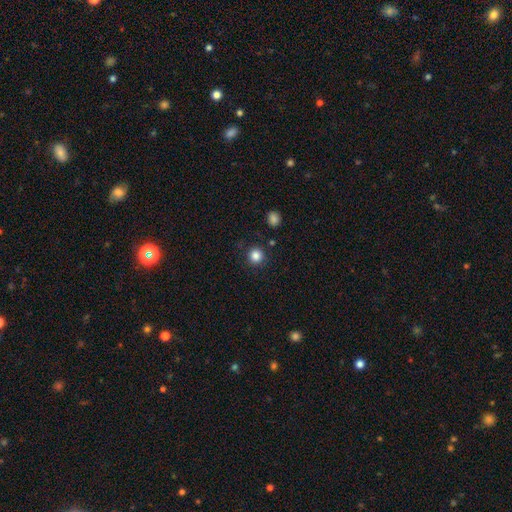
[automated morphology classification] This is clearly a smooth galaxy (84%). How rounded: clearly round (94%). Merging: clearly none (89%).